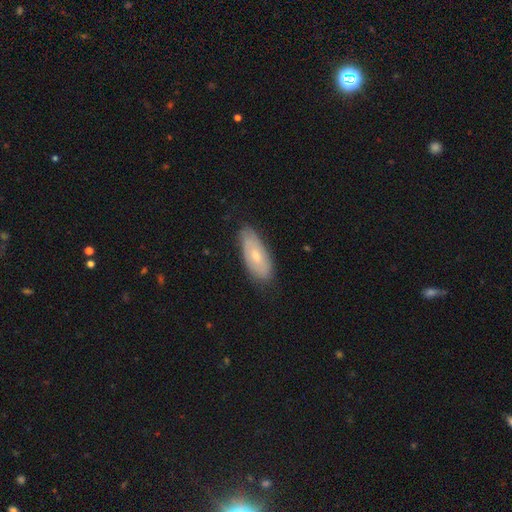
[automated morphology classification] This appears to be a smooth galaxy with no disk features (52%) that is in between round and cigar-shaped (80%). Merging: none (75%).